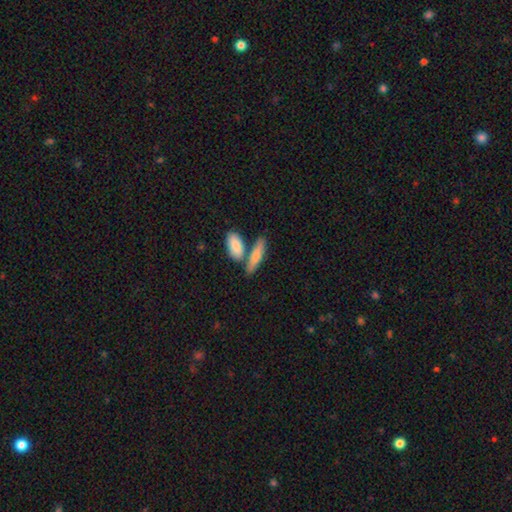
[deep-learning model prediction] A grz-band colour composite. It shows a smooth galaxy with no disk features (78%) that is cigar-shaped (55%). Merging: none (59%).